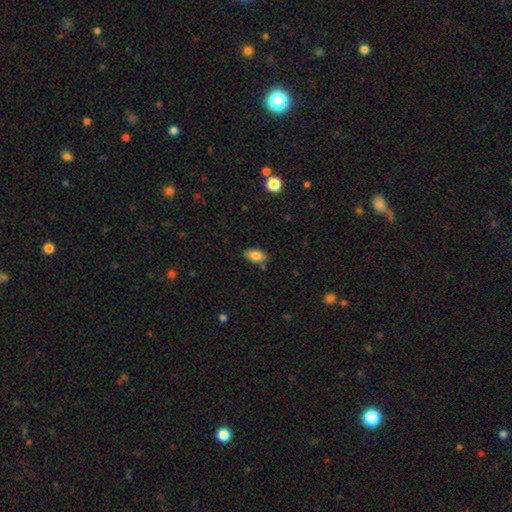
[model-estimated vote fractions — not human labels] Q: Smooth or featured?
A: smooth (83%); runner-up: featured or disk (9%)
Q: How rounded?
A: in between (91%); runner-up: round (6%)
Q: Merging?
A: none (81%); runner-up: minor disturbance (13%)